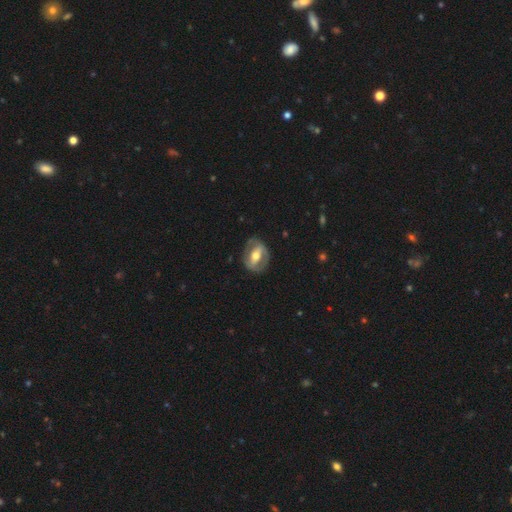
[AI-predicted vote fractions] Smooth or featured? featured or disk (69%)
Edge-on disk? no (93%)
Bar? strong (48%)
Spiral arms? yes (51%)
Bulge size? moderate (72%)
Merging? none (75%)